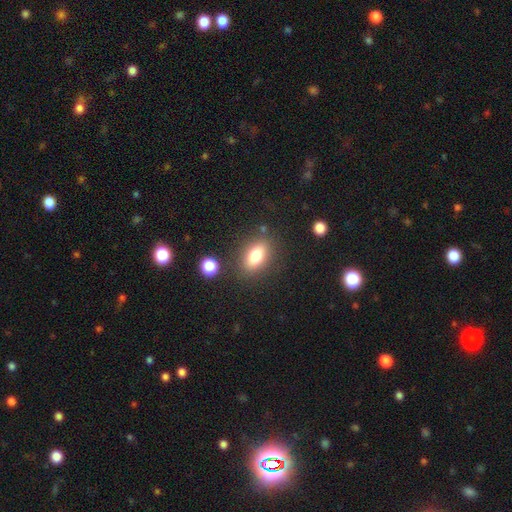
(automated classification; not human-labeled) Smooth or featured? Predicted: smooth (p=0.77). How rounded? Predicted: in between (p=0.83). Merging? Predicted: none (p=0.83).